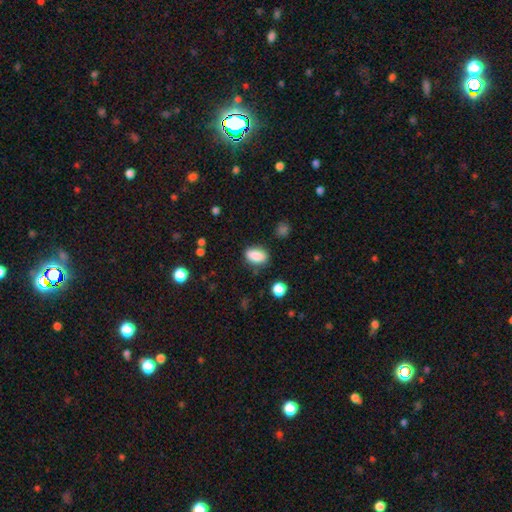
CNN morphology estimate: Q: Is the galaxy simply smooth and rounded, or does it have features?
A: smooth — 88%.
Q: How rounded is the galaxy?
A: in between — 88%.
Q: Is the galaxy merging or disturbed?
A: none — 82%.